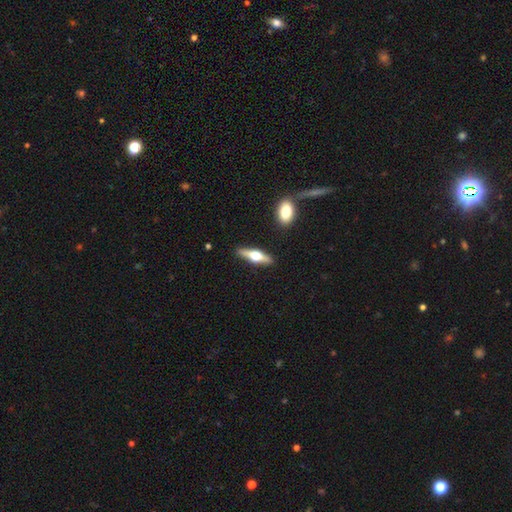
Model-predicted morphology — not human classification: Smooth or featured? Predicted: featured or disk (p=0.64). Edge-on disk? Predicted: yes (p=0.95). Edge-on bulge? Predicted: rounded (p=0.96). Merging? Predicted: none (p=0.89).